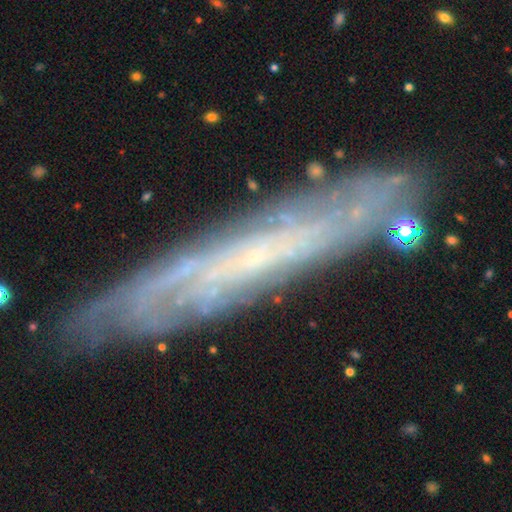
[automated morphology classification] type=featured or disk (70%); edge-on=yes (57%); merging=none (81%).